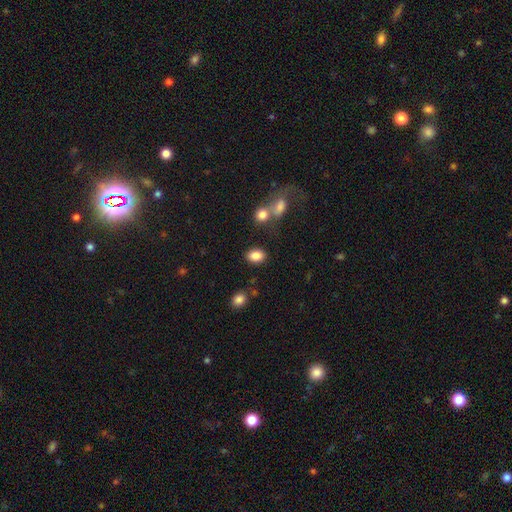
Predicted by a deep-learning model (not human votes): smooth-or-featured: smooth: 86% | star or artifact: 9% | featured or disk: 5%
  how-rounded: in between: 78% | round: 21% | cigar-shaped: 1%
  merging: none: 80% | minor disturbance: 10% | merger: 6% | major disturbance: 4%